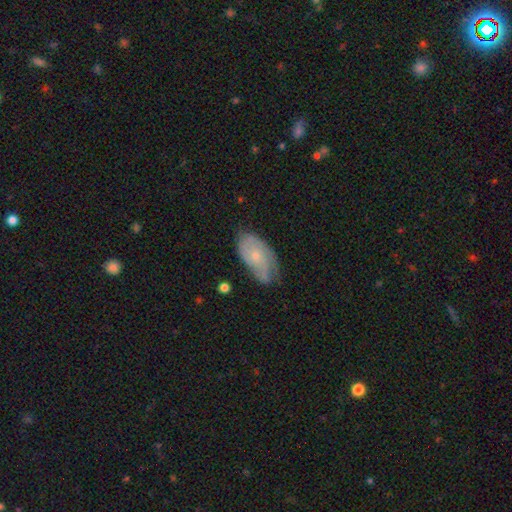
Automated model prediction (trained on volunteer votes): Smooth or featured? Predicted: featured or disk (p=0.57). Edge-on disk? Predicted: no (p=0.94). Bar? Predicted: no (p=0.81). Spiral arms? Predicted: yes (p=0.81). Bulge size? Predicted: small (p=0.69). Merging? Predicted: none (p=0.59).